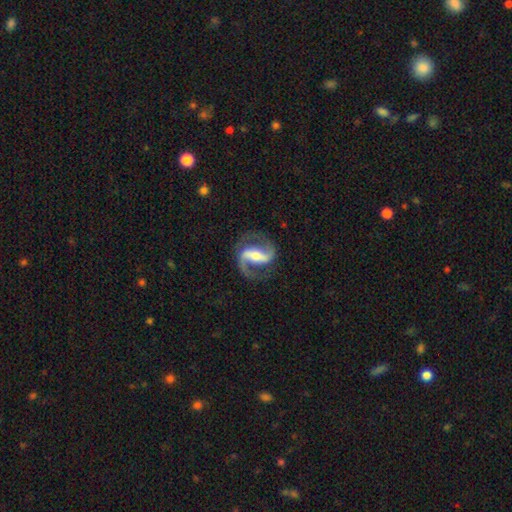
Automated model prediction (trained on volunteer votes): This is clearly a featured or disk galaxy (91%). It is clearly not viewed edge-on (97%). Bar: likely strong (61%). Spiral arm pattern: clearly yes (97%). Spiral arm count: clearly 2 (93%). Spiral winding: possibly medium (54%). Central bulge: possibly moderate (55%). Merging: clearly none (80%).